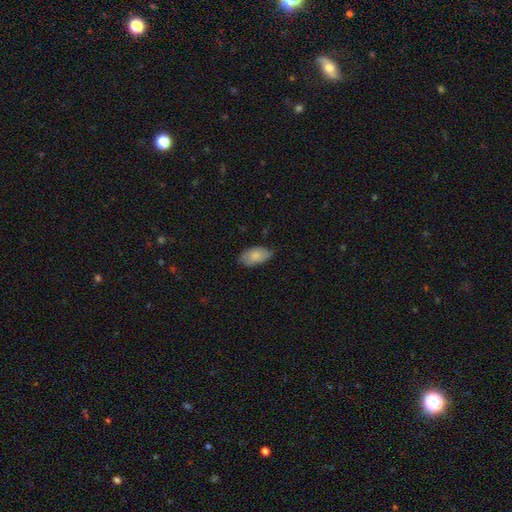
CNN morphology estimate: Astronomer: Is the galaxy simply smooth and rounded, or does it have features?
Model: smooth — 82%.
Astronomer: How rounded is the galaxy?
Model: in between — 94%.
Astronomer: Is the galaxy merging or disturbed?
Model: none — 71%.